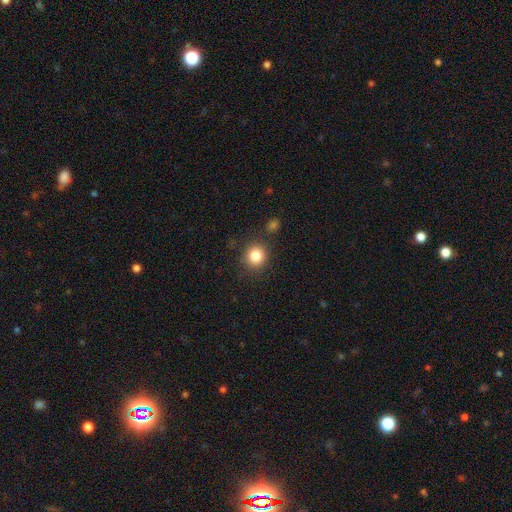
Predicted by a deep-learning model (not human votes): Smooth or featured? smooth (84%)
How rounded? round (88%)
Merging? none (83%)